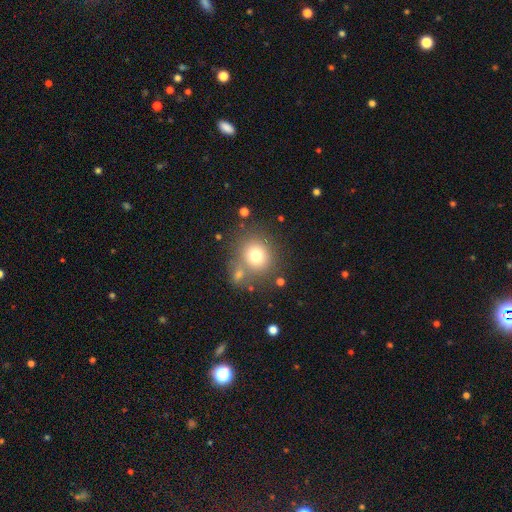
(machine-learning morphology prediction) A smooth galaxy with no disk features (75%) that is round (84%).

Vote fractions:
- Smooth or featured? smooth: 75% / star or artifact: 13% / featured or disk: 12%
- How rounded? round: 84% / in between: 15% / cigar-shaped: 1%
- Merging? none: 67% / merger: 16% / minor disturbance: 11% / major disturbance: 5%